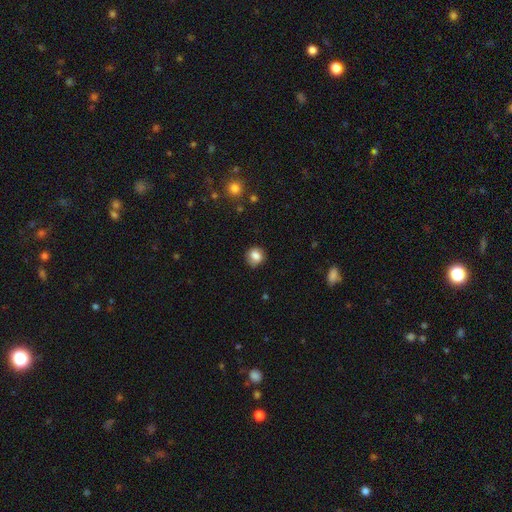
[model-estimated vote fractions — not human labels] smooth-or-featured: smooth: 80% | featured or disk: 11% | star or artifact: 9%
  how-rounded: round: 74% | in between: 25% | cigar-shaped: 1%
  merging: none: 78% | minor disturbance: 16% | major disturbance: 4% | merger: 2%